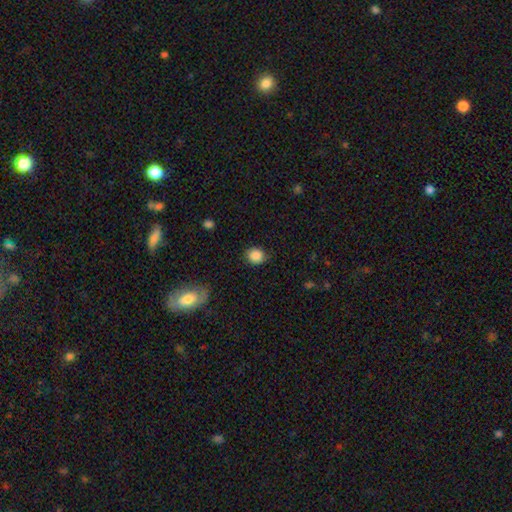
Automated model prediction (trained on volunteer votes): Smooth or featured?
  - smooth: 87% *
  - star or artifact: 9%
  - featured or disk: 4%
How rounded?
  - round: 75% *
  - in between: 24%
  - cigar-shaped: 1%
Merging?
  - none: 81% *
  - minor disturbance: 15%
  - major disturbance: 4%
  - merger: 1%